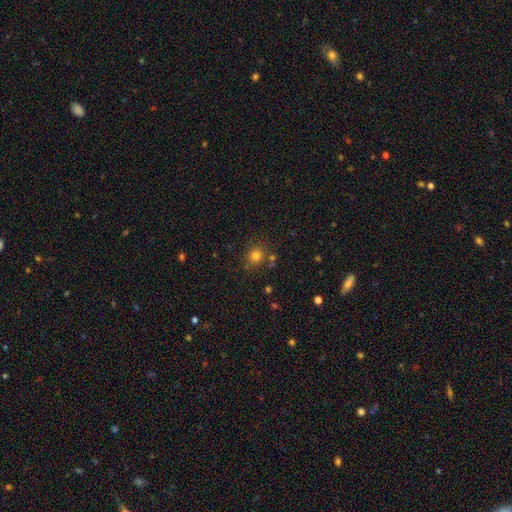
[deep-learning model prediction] Smooth or featured? Predicted: smooth (p=0.78). How rounded? Predicted: round (p=0.88). Merging? Predicted: none (p=0.78).